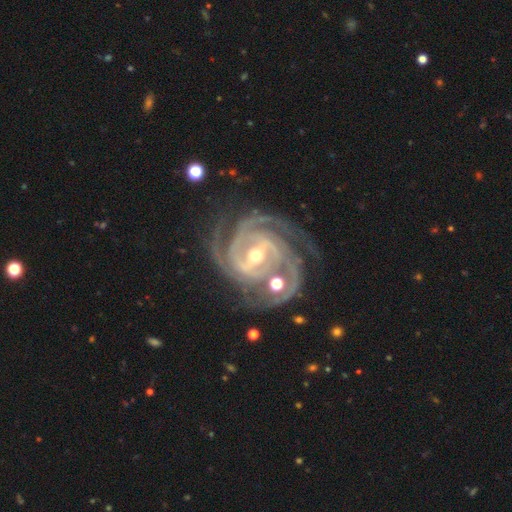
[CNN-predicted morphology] A featured or disk galaxy (93%) with a strong bar (50%), 3 (39%) tight (71%) spiral arms (99%) and a moderate central bulge (51%). Merging: none (59%).